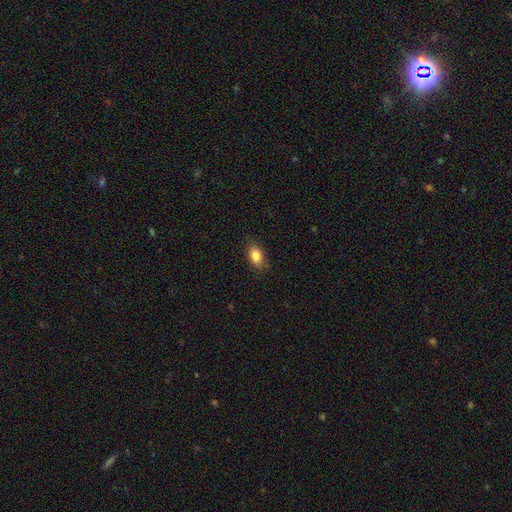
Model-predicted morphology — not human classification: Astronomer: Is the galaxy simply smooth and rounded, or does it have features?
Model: smooth — 85%.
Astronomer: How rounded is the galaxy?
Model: in between — 83%.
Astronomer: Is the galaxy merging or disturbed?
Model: none — 80%.